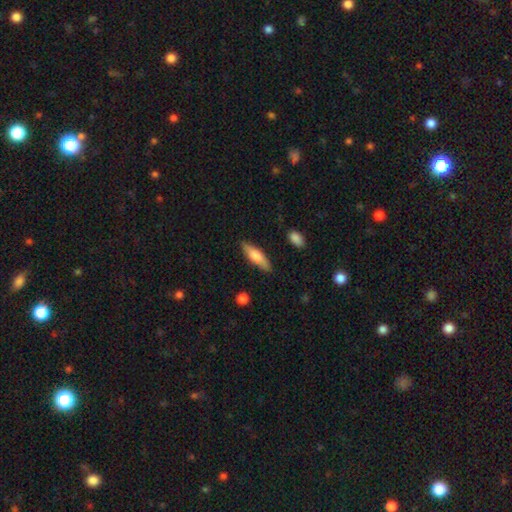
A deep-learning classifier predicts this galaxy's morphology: The model was most divided on "how rounded": cigar-shaped: 56%, in between: 42%, round: 2%. More confident: merging — none (85%); smooth or featured — smooth (67%).